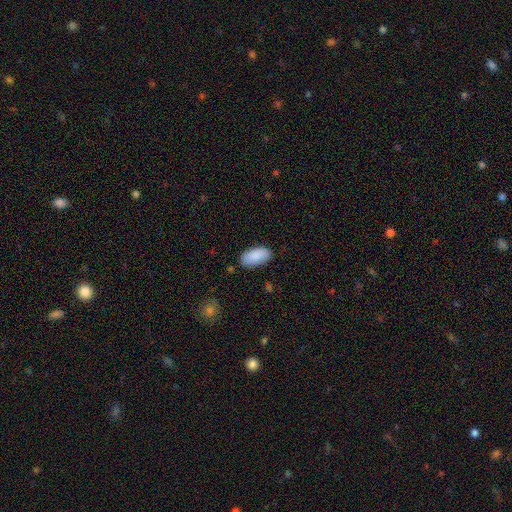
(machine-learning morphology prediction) smooth_or_featured: smooth (p=0.89) [alt: star or artifact p=0.06]
how_rounded: in between (p=0.94) [alt: cigar-shaped p=0.04]
merging: none (p=0.83) [alt: minor disturbance p=0.13]